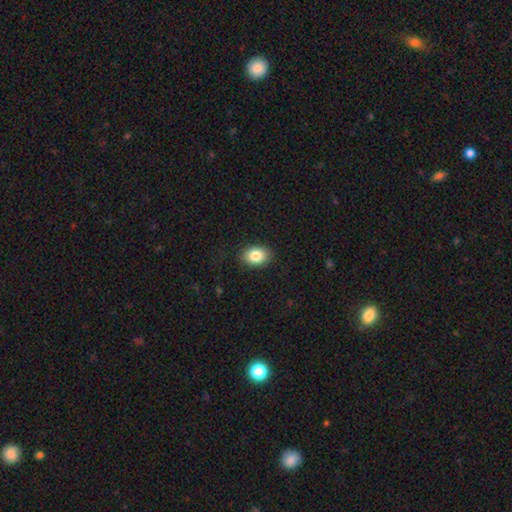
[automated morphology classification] A smooth galaxy with no disk features (84%) that is in between round and cigar-shaped (73%).

Vote fractions:
- Smooth or featured? smooth: 84% / star or artifact: 9% / featured or disk: 7%
- How rounded? in between: 73% / round: 26% / cigar-shaped: 1%
- Merging? none: 87% / minor disturbance: 9% / major disturbance: 2% / merger: 1%